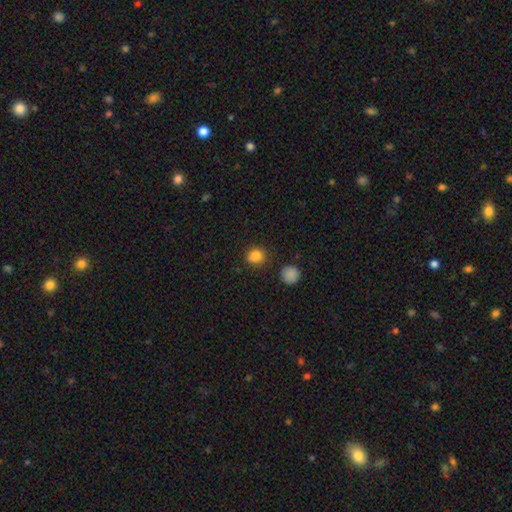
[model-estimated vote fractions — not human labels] A smooth galaxy with no disk features (83%) that is round (81%).

Vote fractions:
- Smooth or featured? smooth: 83% / star or artifact: 12% / featured or disk: 5%
- How rounded? round: 81% / in between: 18% / cigar-shaped: 1%
- Merging? none: 83% / minor disturbance: 11% / merger: 3% / major disturbance: 3%